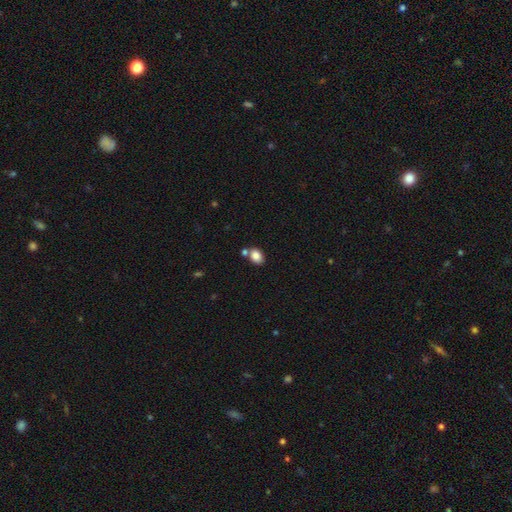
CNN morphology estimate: Smooth or featured: smooth — 85% (star or artifact — 9%)
How rounded: in between — 68% (round — 31%)
Merging: none — 65% (merger — 20%)